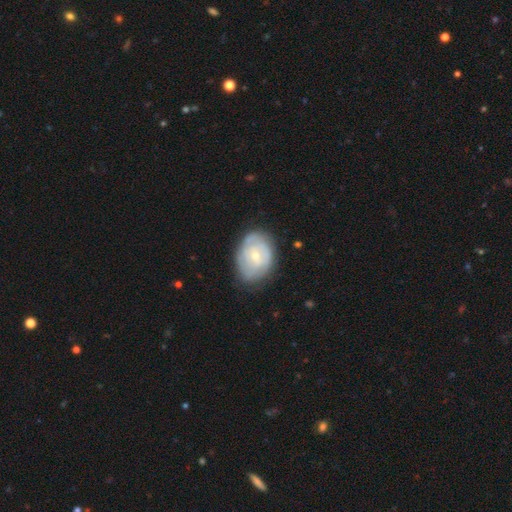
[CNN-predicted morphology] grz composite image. It shows a featured or disk galaxy (63%) with no bar (68%), spiral arms (70%) and a small central bulge (54%). Merging: none (72%).